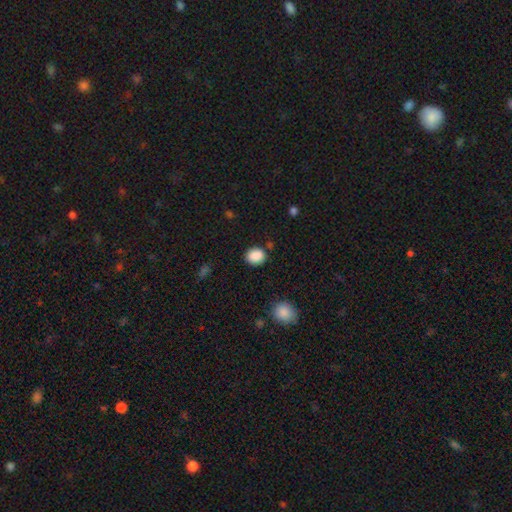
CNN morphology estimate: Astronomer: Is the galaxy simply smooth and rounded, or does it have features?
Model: smooth — 88%.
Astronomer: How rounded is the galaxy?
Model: round — 65%.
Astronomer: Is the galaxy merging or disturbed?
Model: none — 83%.